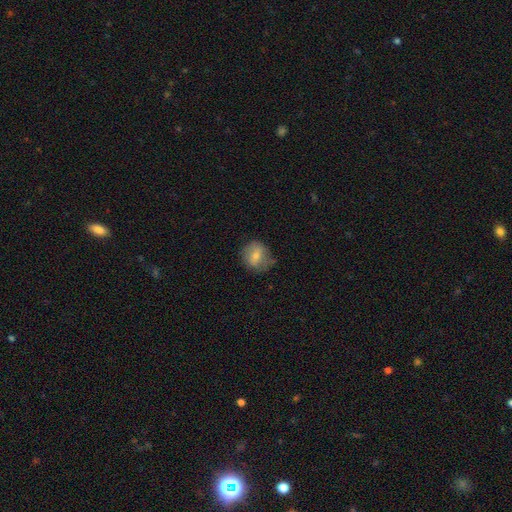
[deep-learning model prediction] Smooth or featured? smooth (66%)
How rounded? round (64%)
Merging? none (68%)